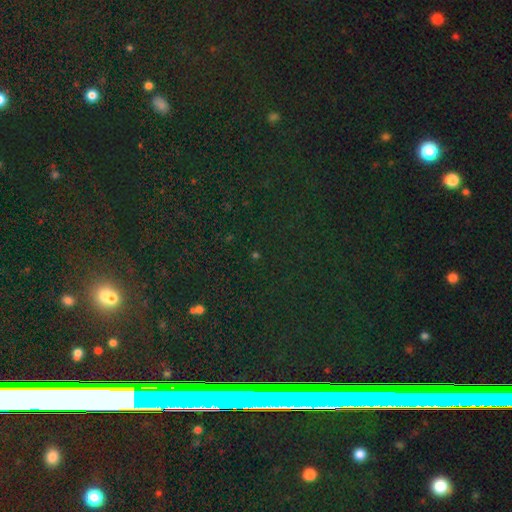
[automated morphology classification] Overall: star or artifact (70%).